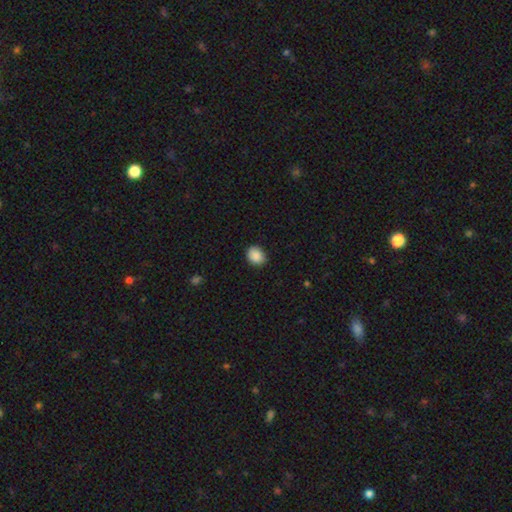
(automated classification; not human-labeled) This is clearly a smooth galaxy (89%). How rounded: possibly round (51%). Merging: clearly none (88%).